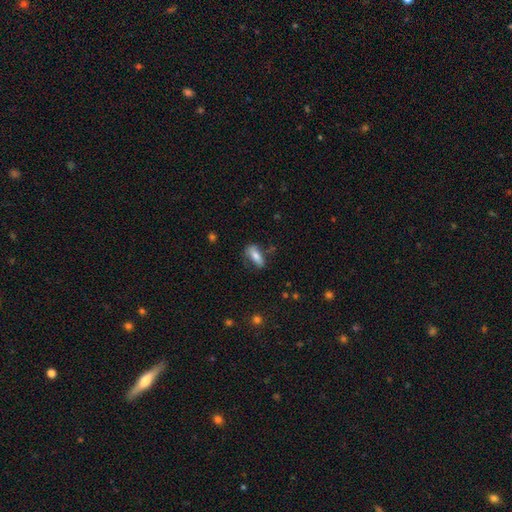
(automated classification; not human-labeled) This is likely a smooth galaxy (71%). How rounded: likely in between (70%). Merging: likely none (63%).